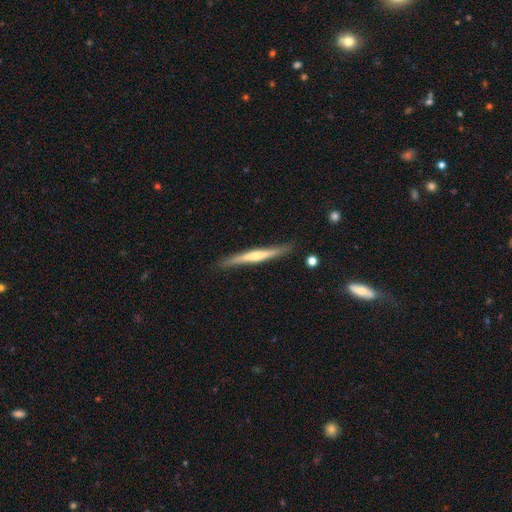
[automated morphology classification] This is possibly a featured or disk galaxy (59%). It is clearly viewed edge-on (96%). Edge-on bulge: likely rounded (69%). Merging: clearly none (87%).